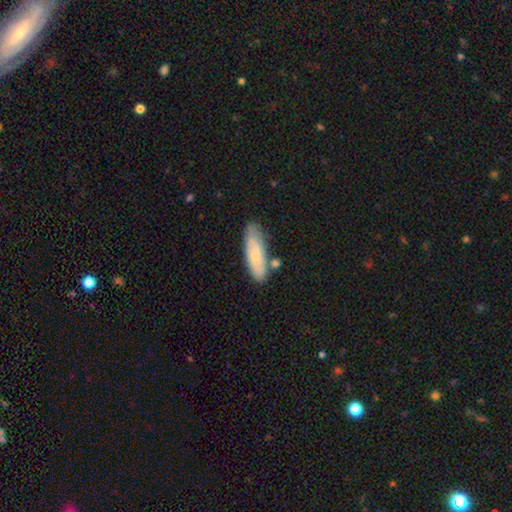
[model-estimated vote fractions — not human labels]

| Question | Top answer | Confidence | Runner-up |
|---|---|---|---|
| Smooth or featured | smooth | 67% | featured or disk (26%) |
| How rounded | in between | 54% | cigar-shaped (44%) |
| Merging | none | 68% | minor disturbance (19%) |